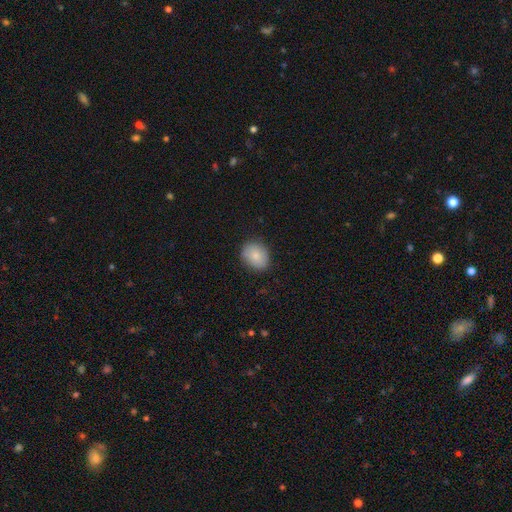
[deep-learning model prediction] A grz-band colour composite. It shows a smooth galaxy with no disk features (83%) that is round (55%). Merging: none (84%).